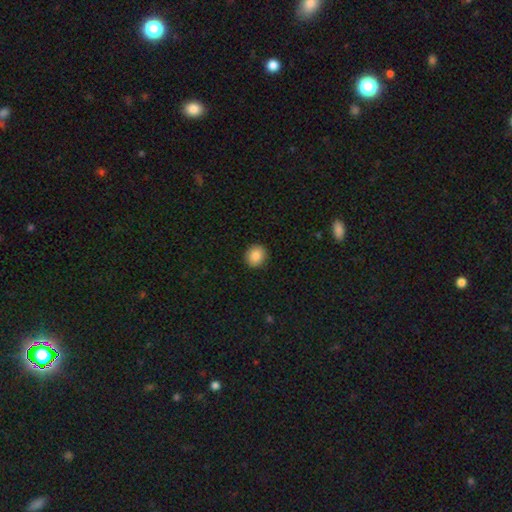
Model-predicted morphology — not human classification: A smooth galaxy with no disk features (86%) that is round (83%).

Vote fractions:
- Smooth or featured? smooth: 86% / star or artifact: 9% / featured or disk: 5%
- How rounded? round: 83% / in between: 16% / cigar-shaped: 1%
- Merging? none: 91% / minor disturbance: 6% / major disturbance: 2% / merger: 1%